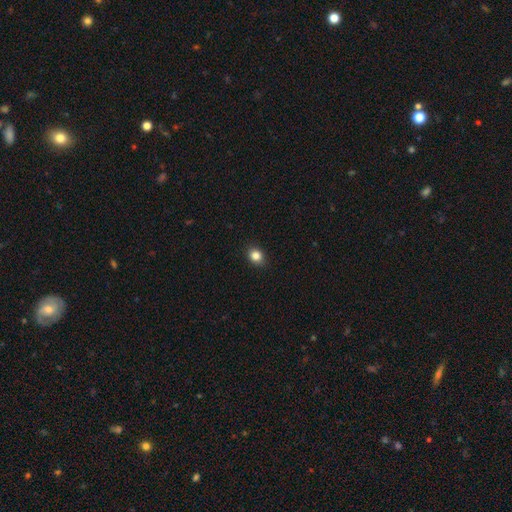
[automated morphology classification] type=smooth (84%); roundness=round (58%); merging=none (89%).